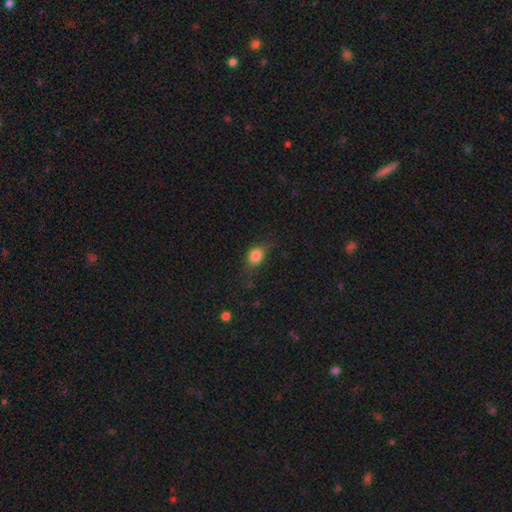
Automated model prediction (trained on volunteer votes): Smooth or featured: smooth — 82% (star or artifact — 10%)
How rounded: in between — 59% (round — 38%)
Merging: none — 63% (minor disturbance — 27%)